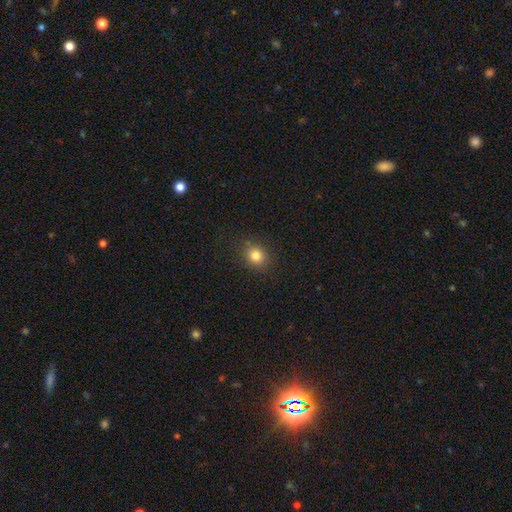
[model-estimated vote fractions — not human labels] Smooth or featured? smooth (82%)
How rounded? round (74%)
Merging? none (84%)